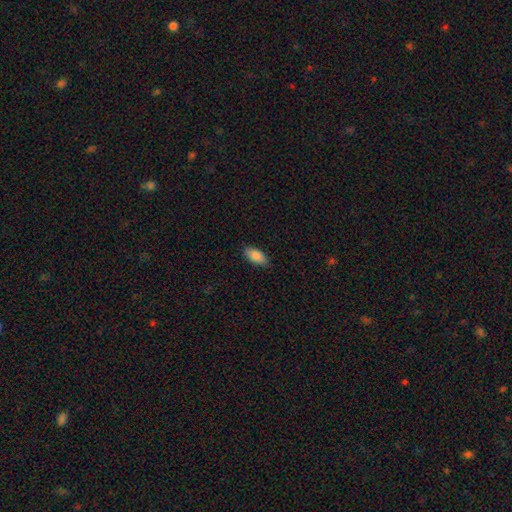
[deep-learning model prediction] The model was most divided on "merging": none: 85%, minor disturbance: 11%, major disturbance: 2%, merger: 1%. More confident: how rounded — in between (90%); smooth or featured — smooth (87%).